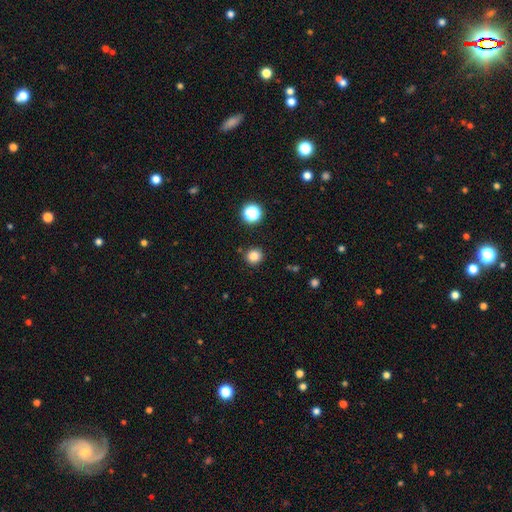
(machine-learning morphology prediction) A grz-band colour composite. It shows a smooth galaxy with no disk features (82%) that is round (90%). Merging: none (88%).